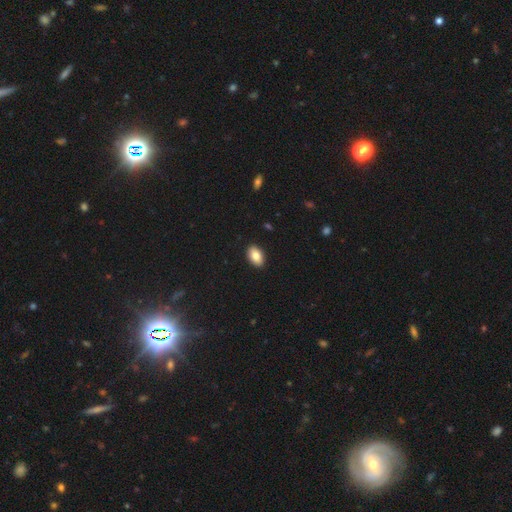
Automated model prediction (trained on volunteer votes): This is clearly a smooth galaxy (86%). How rounded: clearly in between (92%). Merging: clearly none (91%).